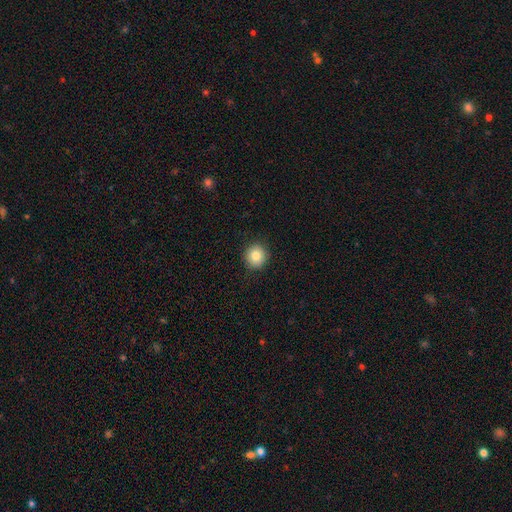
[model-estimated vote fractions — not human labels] This appears to be a smooth galaxy with no disk features (82%) that is round (92%). Merging: none (90%).